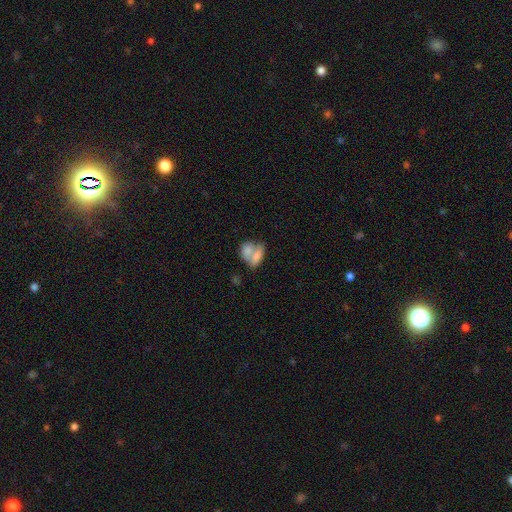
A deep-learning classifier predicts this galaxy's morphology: type=smooth (74%); roundness=in between (77%); merging=merger (68%).